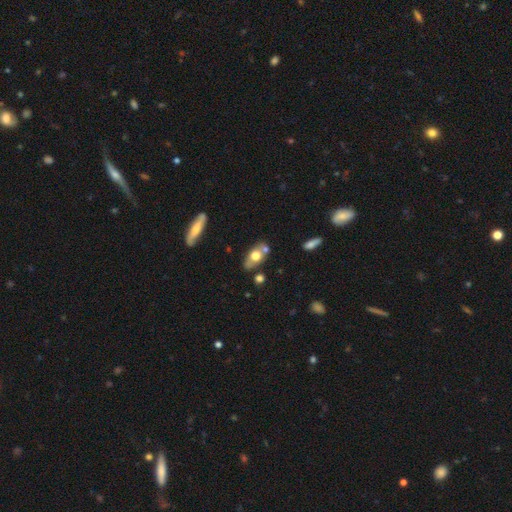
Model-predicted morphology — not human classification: Smooth or featured? smooth (55%)
How rounded? in between (83%)
Merging? none (65%)